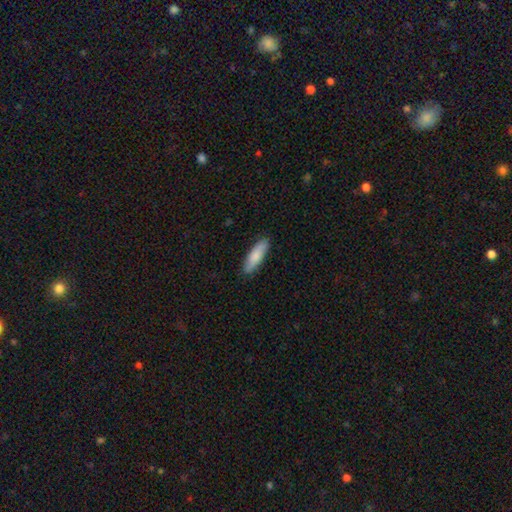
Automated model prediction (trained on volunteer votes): smooth_or_featured: smooth (p=0.81) [alt: featured or disk p=0.14]
how_rounded: cigar-shaped (p=0.55) [alt: in between p=0.44]
merging: none (p=0.87) [alt: minor disturbance p=0.11]